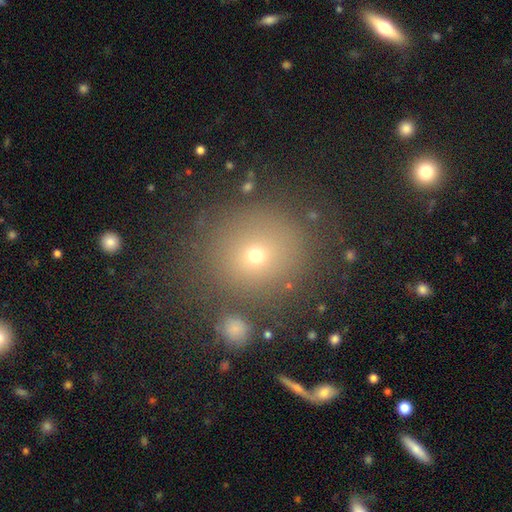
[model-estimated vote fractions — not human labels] Q: Smooth or featured?
A: smooth (68%); runner-up: star or artifact (20%)
Q: How rounded?
A: round (88%); runner-up: in between (11%)
Q: Merging?
A: none (76%); runner-up: minor disturbance (11%)